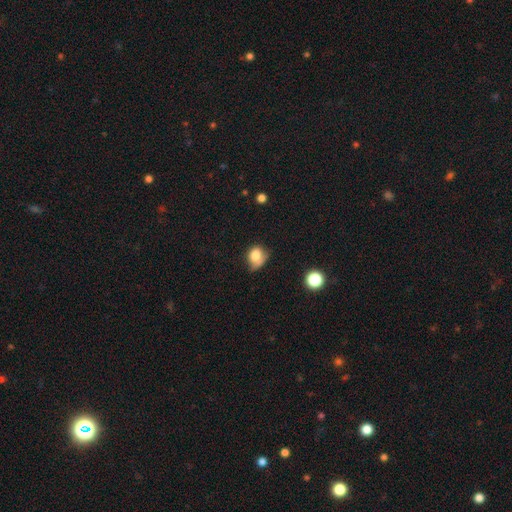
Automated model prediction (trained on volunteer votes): Morphology: type=smooth (76%); roundness=round (52%); merging=none (37%).